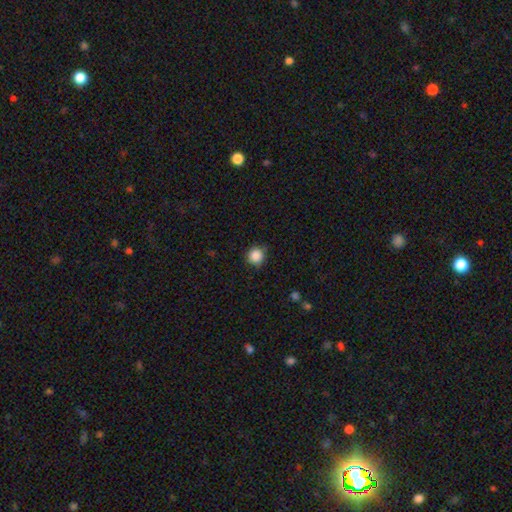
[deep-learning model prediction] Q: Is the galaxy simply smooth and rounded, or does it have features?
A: smooth — 87%.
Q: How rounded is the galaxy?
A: round — 93%.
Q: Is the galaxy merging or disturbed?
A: none — 84%.